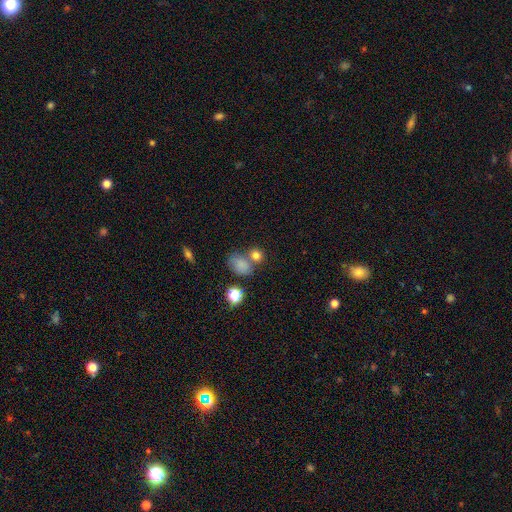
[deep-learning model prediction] This appears to be a smooth galaxy with no disk features (77%) that is round (67%). Merging: none (53%).